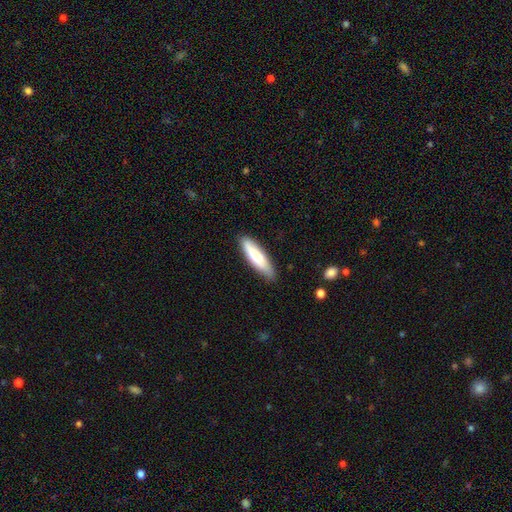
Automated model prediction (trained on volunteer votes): Smooth or featured? Predicted: smooth (p=0.79). How rounded? Predicted: cigar-shaped (p=0.68). Merging? Predicted: none (p=0.79).